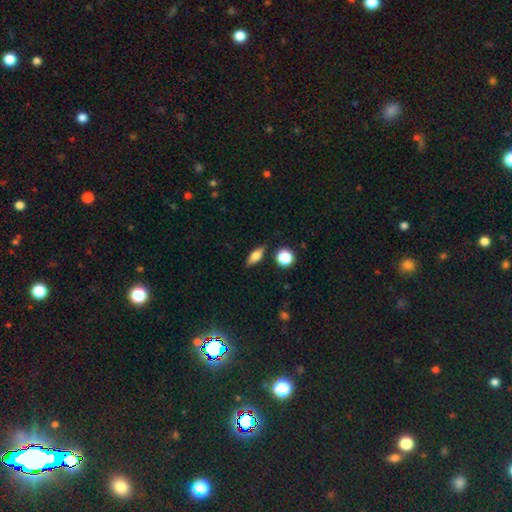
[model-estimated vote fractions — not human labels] smooth_or_featured: smooth (p=0.54) [alt: featured or disk p=0.37]
how_rounded: in between (p=0.61) [alt: cigar-shaped p=0.28]
merging: none (p=0.84) [alt: minor disturbance p=0.11]